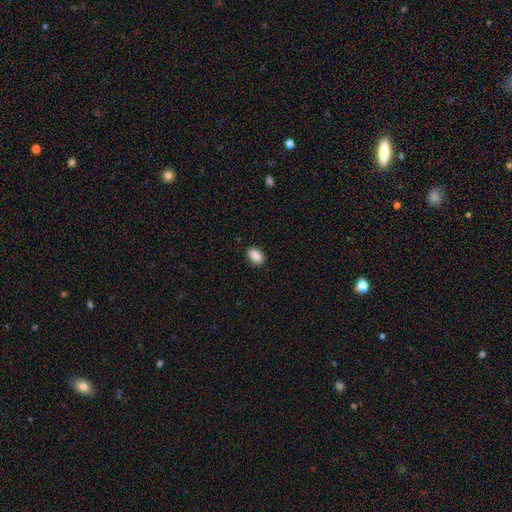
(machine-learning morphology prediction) smooth 88%, star or artifact 7%, featured or disk 4%. Down the decision tree: how rounded — in between (88%); merging — none (88%).